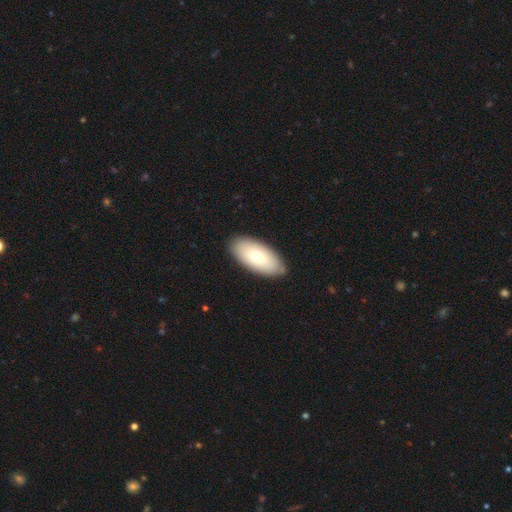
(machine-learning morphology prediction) smooth 74%, featured or disk 20%, star or artifact 6%. Down the decision tree: how rounded — in between (93%); merging — none (87%).